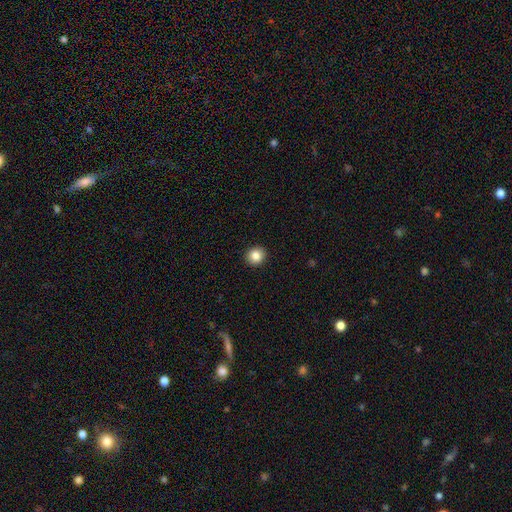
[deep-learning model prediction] Morphology: type=smooth (86%); roundness=round (91%); merging=none (93%).